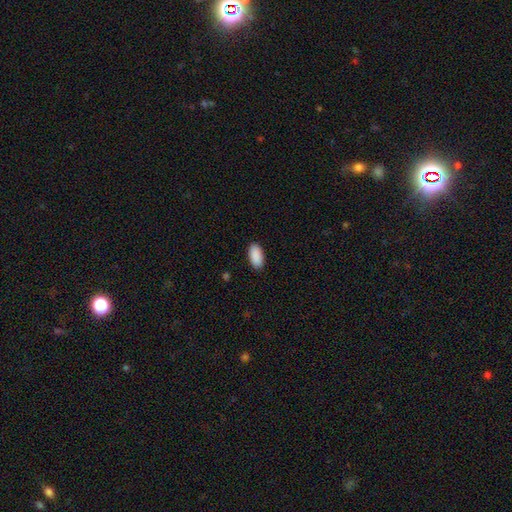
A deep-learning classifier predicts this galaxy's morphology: Smooth or featured? smooth (91%)
How rounded? in between (95%)
Merging? none (90%)